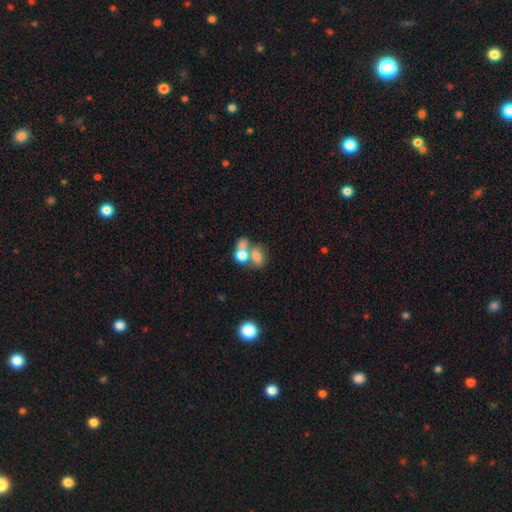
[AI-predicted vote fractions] Smooth or featured: smooth — 62% (featured or disk — 24%)
How rounded: in between — 52% (round — 47%)
Merging: merger — 57% (none — 27%)